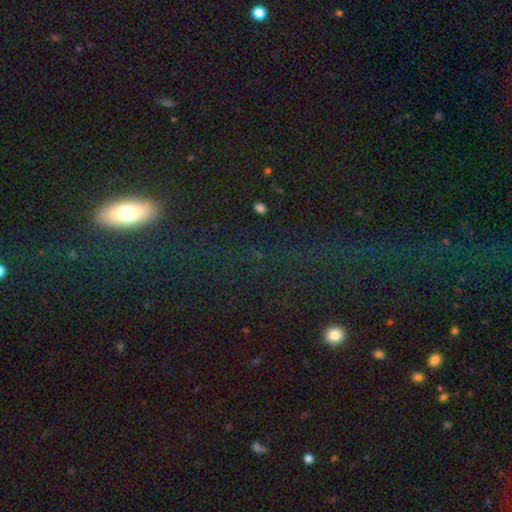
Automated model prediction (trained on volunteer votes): Q: Smooth or featured?
A: smooth (52%); runner-up: star or artifact (26%)
Q: How rounded?
A: in between (58%); runner-up: cigar-shaped (25%)
Q: Merging?
A: none (78%); runner-up: major disturbance (9%)